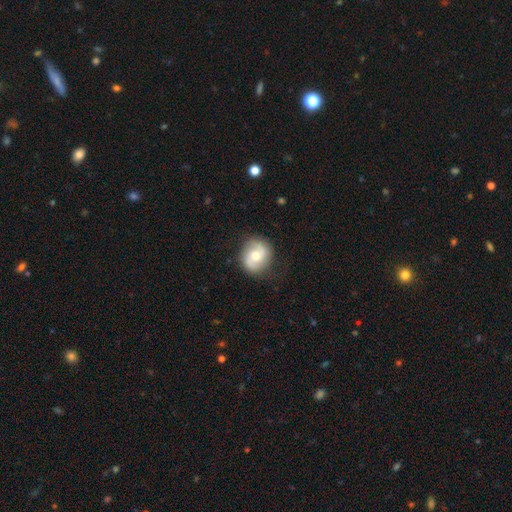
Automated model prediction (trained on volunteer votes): Smooth or featured? featured or disk (62%)
Edge-on disk? no (97%)
Bar? no (55%)
Spiral arms? yes (86%)
Spiral winding? medium (44%)
Spiral arm count? 2 (88%)
Bulge size? moderate (71%)
Merging? none (81%)